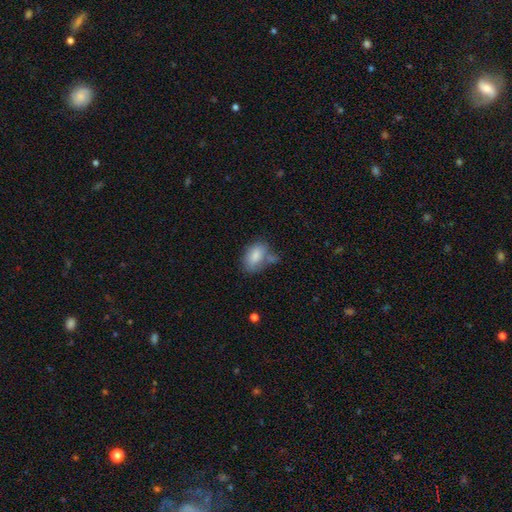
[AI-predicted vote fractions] The model was most divided on "merging": none: 47%, minor disturbance: 23%, merger: 22%, major disturbance: 9%. More confident: how rounded — in between (91%); smooth or featured — smooth (82%).